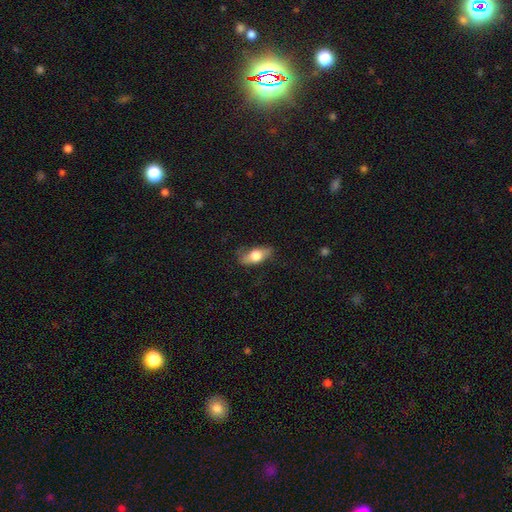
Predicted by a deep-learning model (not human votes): Morphology: type=smooth (66%); roundness=in between (79%); merging=none (74%).